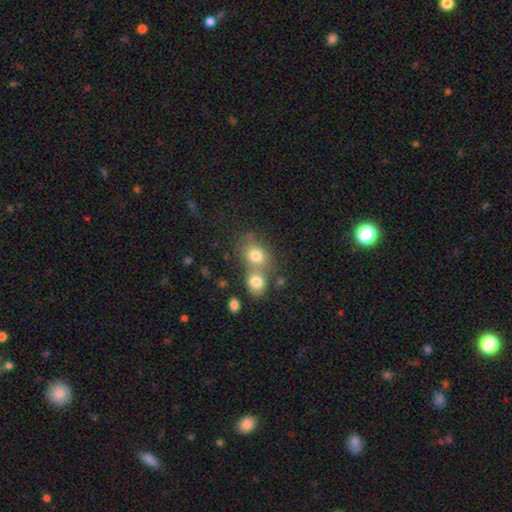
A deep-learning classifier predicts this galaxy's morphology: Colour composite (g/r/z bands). It shows a smooth galaxy with no disk features (77%) that is round (57%). Merging: merger (51%).